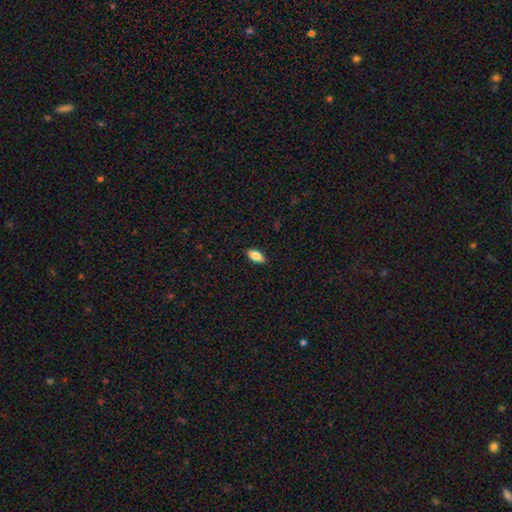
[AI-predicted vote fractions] A smooth galaxy with no disk features (83%) that is in between round and cigar-shaped (91%). Merging: none (89%).